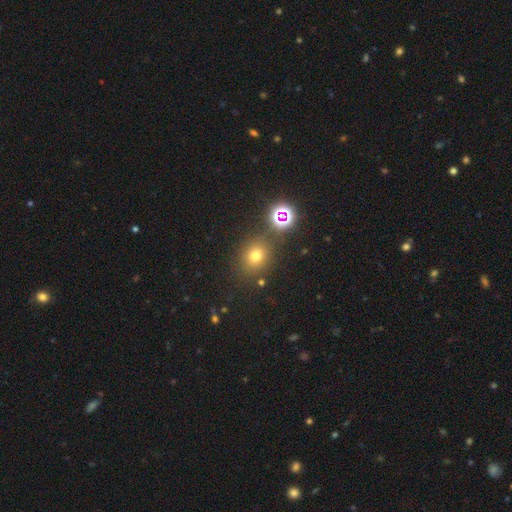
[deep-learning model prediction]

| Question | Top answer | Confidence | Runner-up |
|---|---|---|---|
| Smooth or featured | smooth | 66% | star or artifact (25%) |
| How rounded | round | 72% | in between (27%) |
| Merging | none | 79% | minor disturbance (10%) |